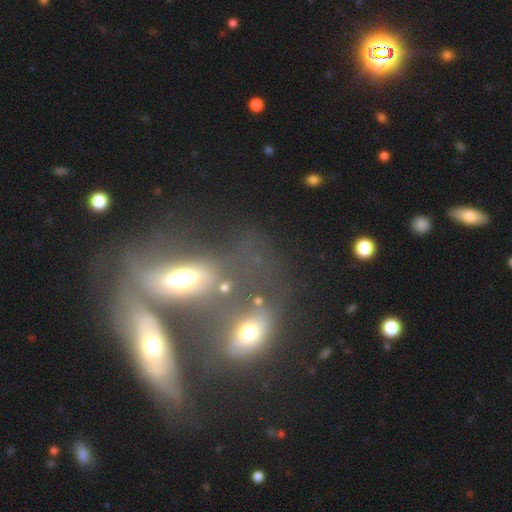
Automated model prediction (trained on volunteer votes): Overall: featured or disk (49%; smooth 37%). Merging: merger (54%; none 26%).